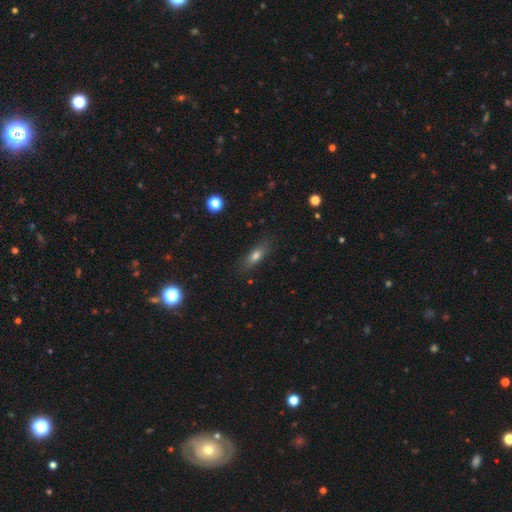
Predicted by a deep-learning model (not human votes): Overall: smooth (70%). How rounded: in between (57%; cigar-shaped 38%). Merging: none (80%).